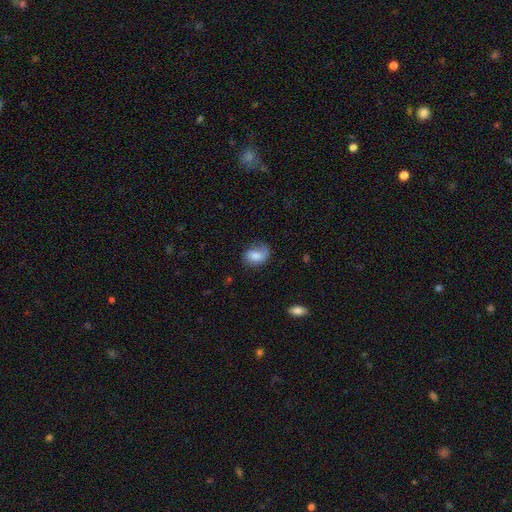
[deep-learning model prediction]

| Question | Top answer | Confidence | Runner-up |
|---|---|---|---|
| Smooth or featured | smooth | 69% | featured or disk (23%) |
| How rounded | in between | 72% | round (27%) |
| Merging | none | 56% | minor disturbance (29%) |